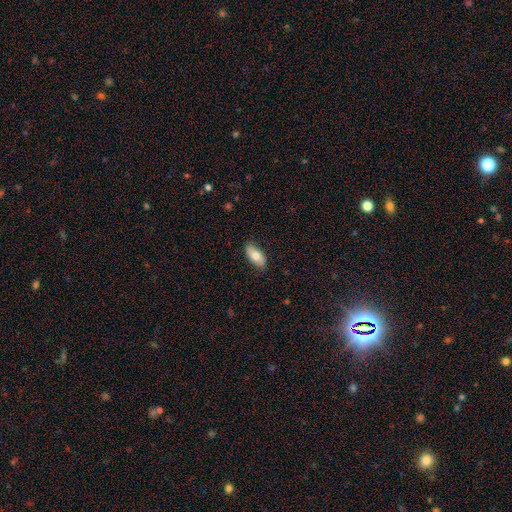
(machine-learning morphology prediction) This is likely a smooth galaxy (74%). How rounded: clearly in between (91%). Merging: clearly none (85%).